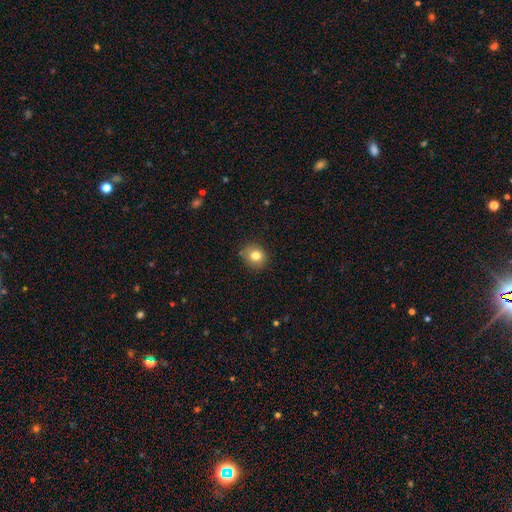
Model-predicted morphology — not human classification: A smooth galaxy with no disk features (80%) that is round (78%).

Vote fractions:
- Smooth or featured? smooth: 80% / star or artifact: 11% / featured or disk: 9%
- How rounded? round: 78% / in between: 21% / cigar-shaped: 1%
- Merging? none: 82% / minor disturbance: 14% / major disturbance: 3% / merger: 2%